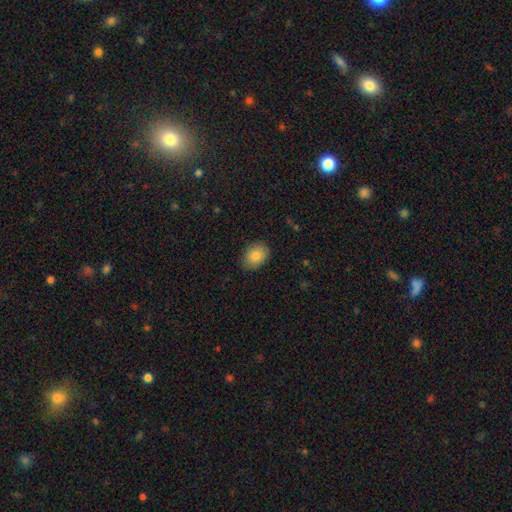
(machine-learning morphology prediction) Q: Smooth or featured?
A: smooth (84%); runner-up: featured or disk (8%)
Q: How rounded?
A: in between (67%); runner-up: round (32%)
Q: Merging?
A: none (84%); runner-up: minor disturbance (13%)